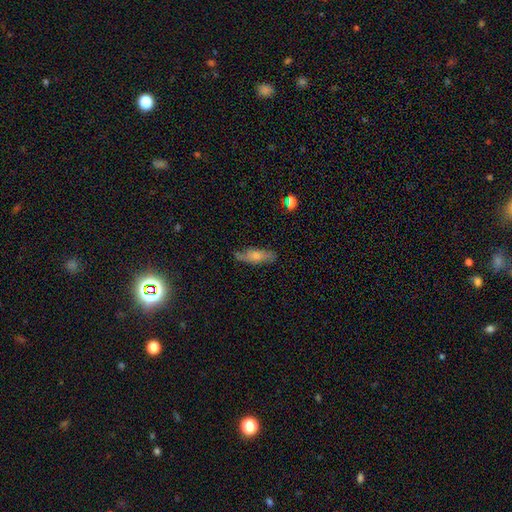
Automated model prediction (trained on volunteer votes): Smooth or featured: smooth — 59% (featured or disk — 33%)
How rounded: in between — 52% (cigar-shaped — 45%)
Merging: none — 76% (minor disturbance — 18%)